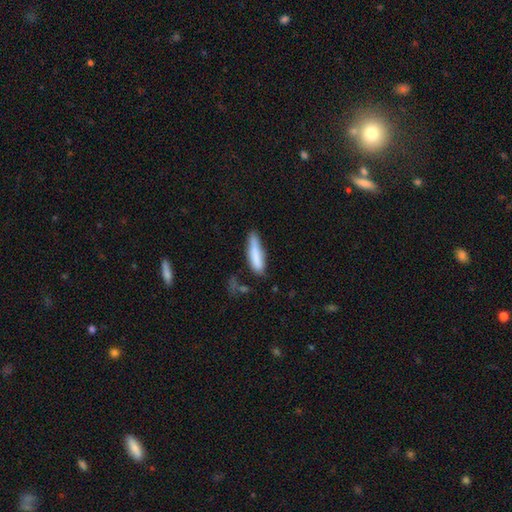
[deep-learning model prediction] smooth-or-featured: smooth: 79% | featured or disk: 15% | star or artifact: 6%
  how-rounded: cigar-shaped: 75% | in between: 23% | round: 1%
  merging: none: 61% | minor disturbance: 26% | major disturbance: 8% | merger: 5%